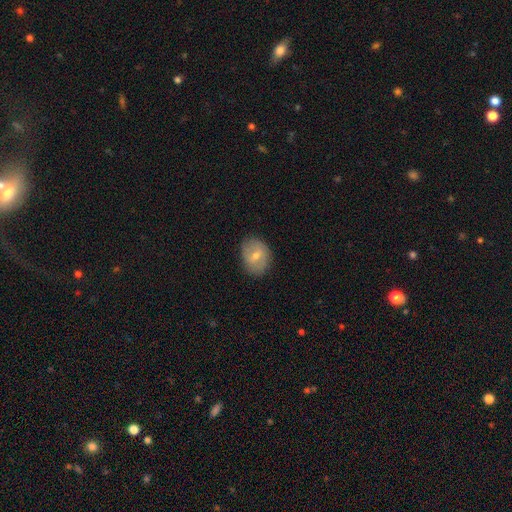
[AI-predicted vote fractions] Smooth or featured? Predicted: smooth (p=0.57). How rounded? Predicted: in between (p=0.55). Merging? Predicted: none (p=0.81).